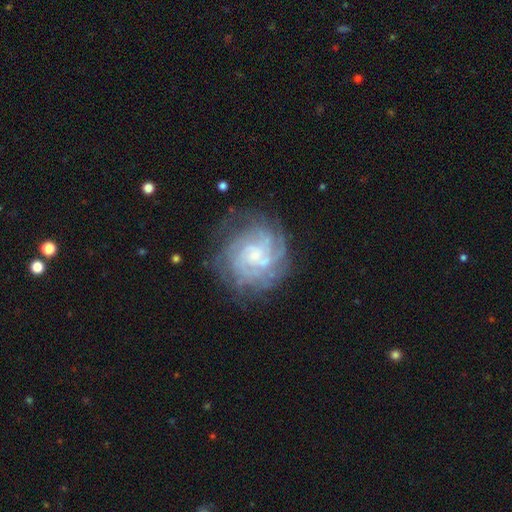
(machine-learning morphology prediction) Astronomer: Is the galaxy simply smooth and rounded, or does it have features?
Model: featured or disk — 81%.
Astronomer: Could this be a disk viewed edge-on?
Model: no — 97%.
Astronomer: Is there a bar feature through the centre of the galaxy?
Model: no — 71%.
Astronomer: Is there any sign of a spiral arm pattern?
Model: yes — 94%.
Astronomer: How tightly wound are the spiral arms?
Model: tight — 70%.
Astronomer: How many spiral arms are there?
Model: can't tell — 36% (runner-up: 4, 22%).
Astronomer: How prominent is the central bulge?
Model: small — 75%.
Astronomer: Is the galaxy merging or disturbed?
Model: none — 71%.